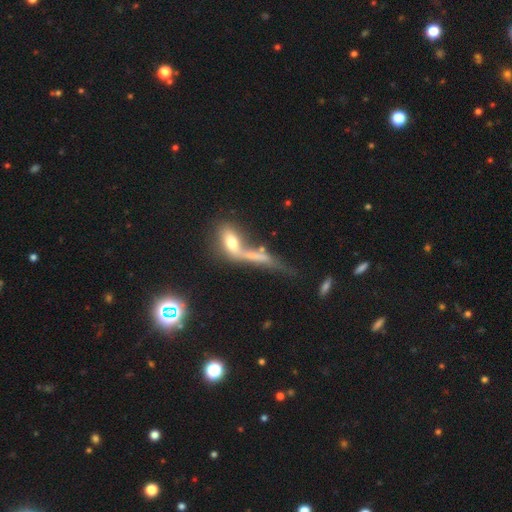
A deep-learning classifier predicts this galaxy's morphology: type=smooth (49%); merging=merger (52%).